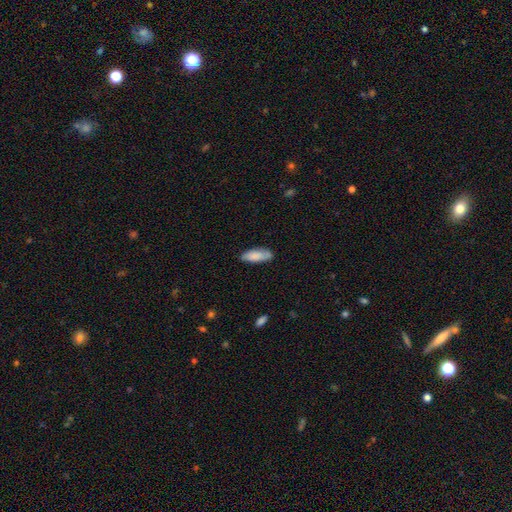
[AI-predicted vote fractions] This is clearly a smooth galaxy (81%). How rounded: likely in between (70%). Merging: likely none (77%).